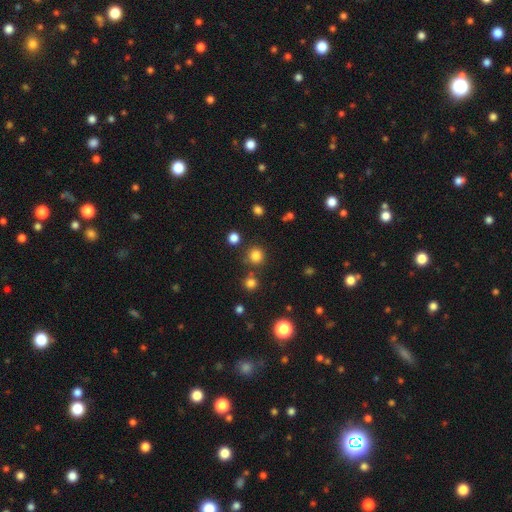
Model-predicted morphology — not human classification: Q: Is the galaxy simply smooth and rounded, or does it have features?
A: smooth — 80%.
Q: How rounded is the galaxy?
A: round — 93%.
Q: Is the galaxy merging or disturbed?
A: none — 81%.